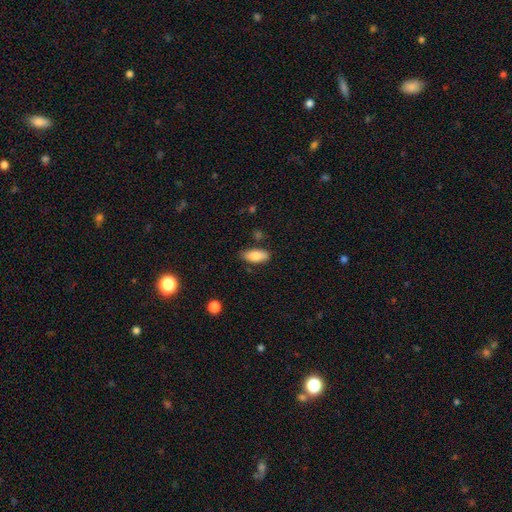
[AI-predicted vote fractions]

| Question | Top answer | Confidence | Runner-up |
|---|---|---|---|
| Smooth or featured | smooth | 85% | featured or disk (8%) |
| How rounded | in between | 85% | cigar-shaped (13%) |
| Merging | none | 79% | minor disturbance (15%) |